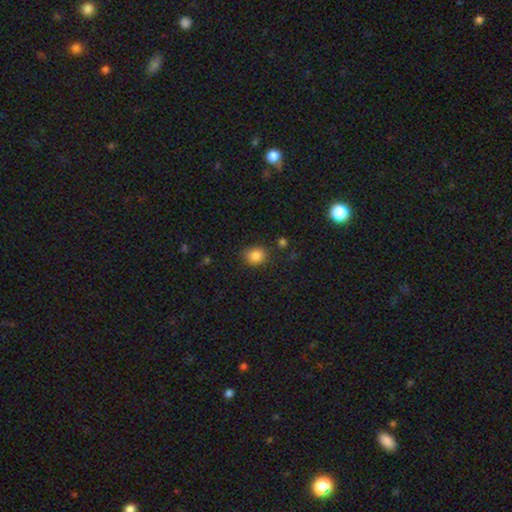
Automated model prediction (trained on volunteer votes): Smooth or featured: smooth — 85% (star or artifact — 10%)
How rounded: round — 69% (in between — 30%)
Merging: none — 84% (minor disturbance — 11%)